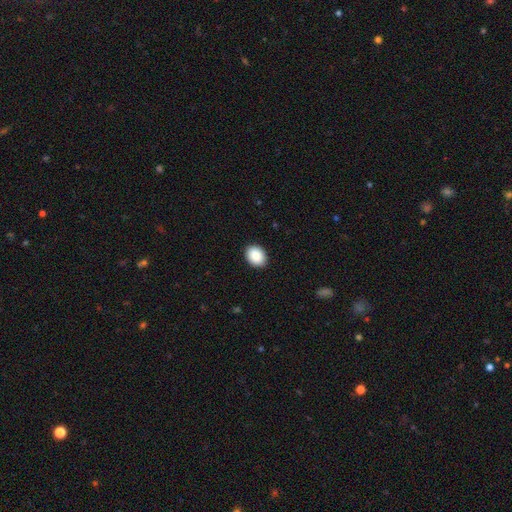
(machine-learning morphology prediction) This is clearly a smooth galaxy (89%). How rounded: likely in between (61%). Merging: clearly none (91%).